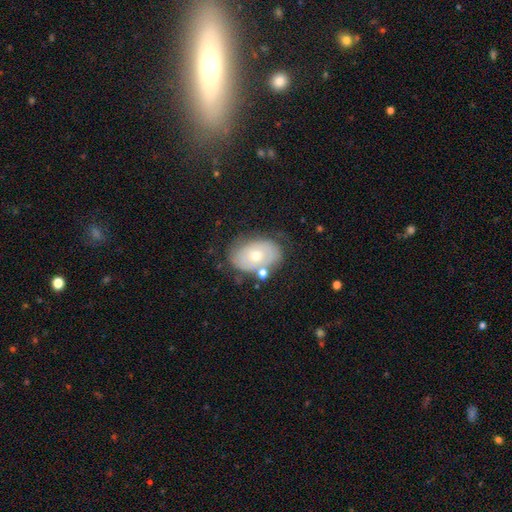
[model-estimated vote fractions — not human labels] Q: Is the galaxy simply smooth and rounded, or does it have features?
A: featured or disk — 46%, tied with smooth.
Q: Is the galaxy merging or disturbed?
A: none — 62%.